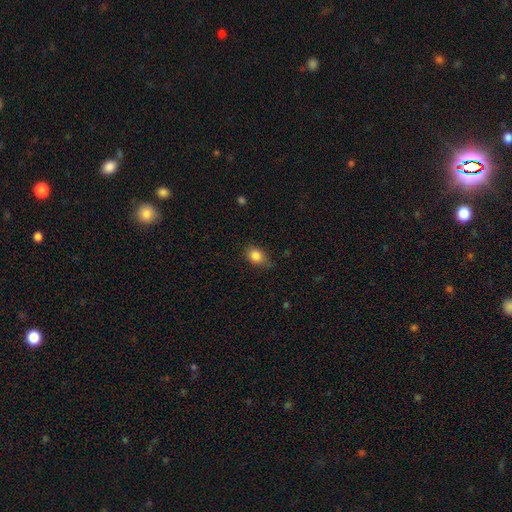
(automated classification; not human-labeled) Smooth or featured: smooth — 84% (star or artifact — 9%)
How rounded: in between — 61% (round — 38%)
Merging: none — 68% (minor disturbance — 26%)